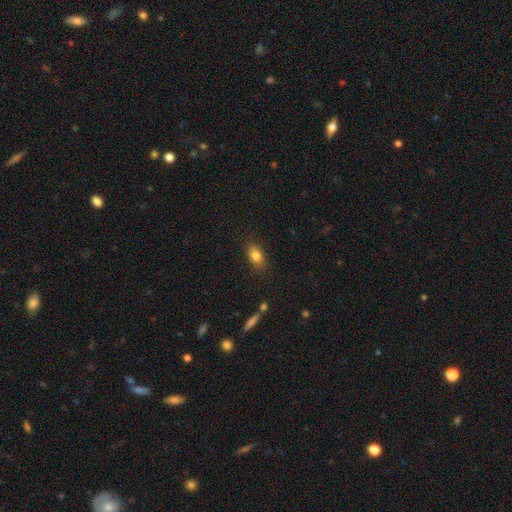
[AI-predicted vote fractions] smooth-or-featured: smooth: 83% | star or artifact: 9% | featured or disk: 8%
  how-rounded: in between: 81% | round: 15% | cigar-shaped: 4%
  merging: none: 84% | minor disturbance: 11% | major disturbance: 3% | merger: 2%